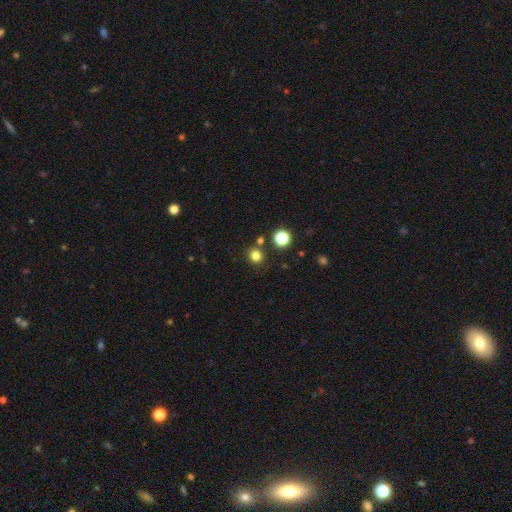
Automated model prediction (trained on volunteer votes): Q: Smooth or featured?
A: smooth (80%); runner-up: star or artifact (15%)
Q: How rounded?
A: round (89%); runner-up: in between (10%)
Q: Merging?
A: none (83%); runner-up: minor disturbance (7%)